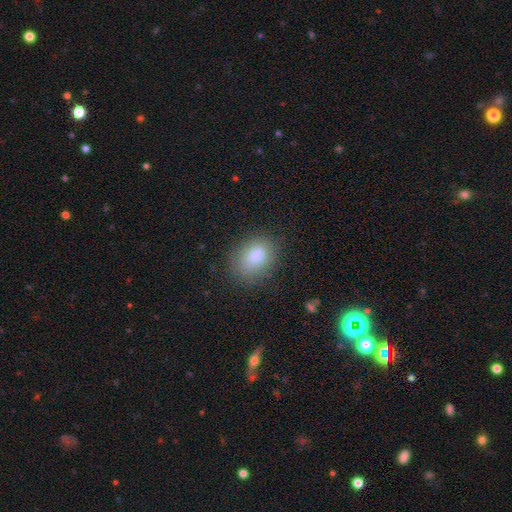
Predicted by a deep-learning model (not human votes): smooth_or_featured: smooth (p=0.83) [alt: star or artifact p=0.10]
how_rounded: in between (p=0.69) [alt: round p=0.29]
merging: none (p=0.77) [alt: minor disturbance p=0.17]